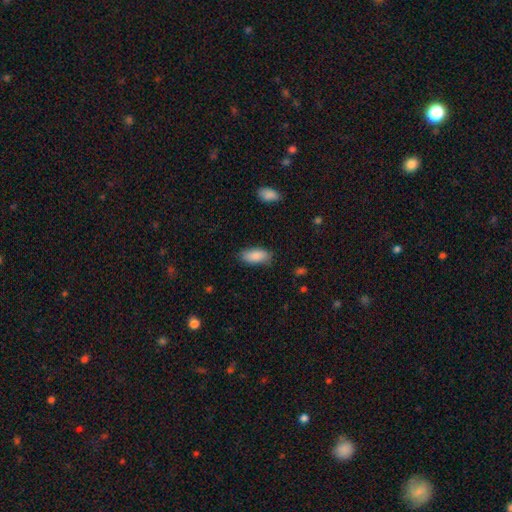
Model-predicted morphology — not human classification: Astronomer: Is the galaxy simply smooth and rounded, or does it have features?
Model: smooth — 88%.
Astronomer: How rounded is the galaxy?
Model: in between — 89%.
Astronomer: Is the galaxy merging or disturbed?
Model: none — 79%.